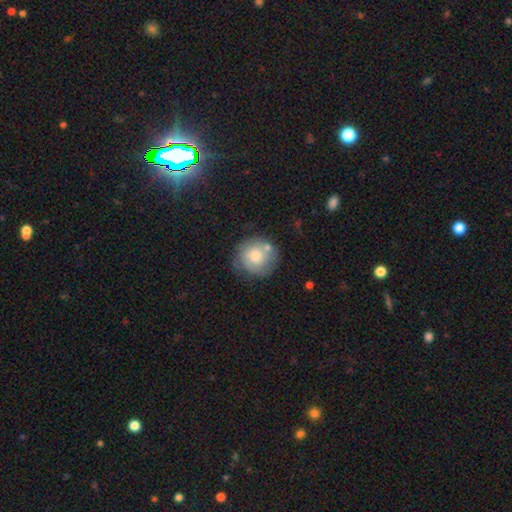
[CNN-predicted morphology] This appears to be a smooth galaxy with no disk features (61%) that is round (90%). Merging: none (61%).